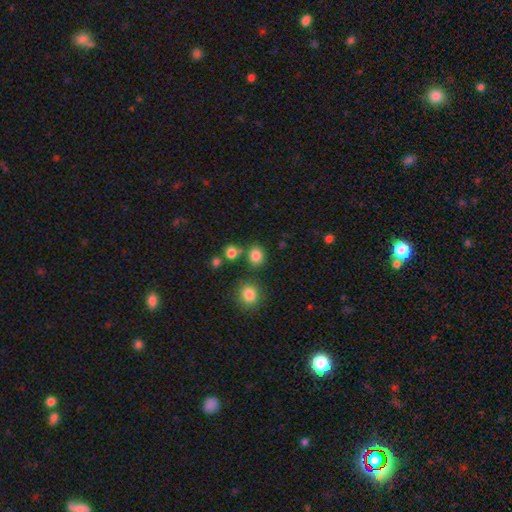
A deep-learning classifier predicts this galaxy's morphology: A smooth galaxy with no disk features (82%) that is round (73%). Merging: none (76%).